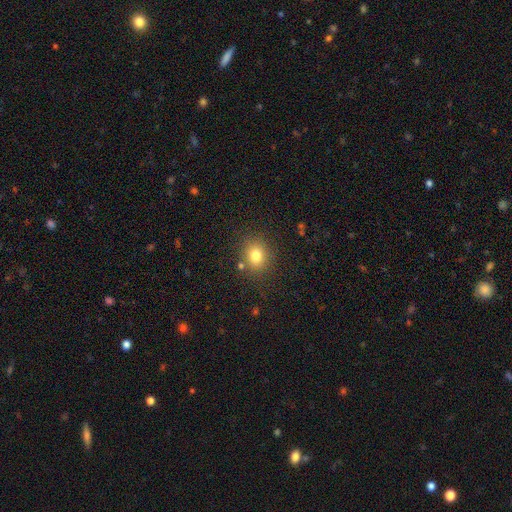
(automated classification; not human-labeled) smooth 78%, star or artifact 13%, featured or disk 9%. Down the decision tree: how rounded — round (71%); merging — none (82%).